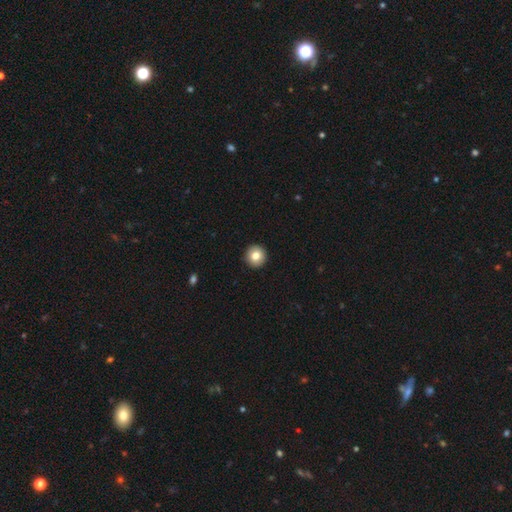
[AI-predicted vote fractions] This appears to be a smooth galaxy with no disk features (81%) that is round (95%). Merging: none (93%).